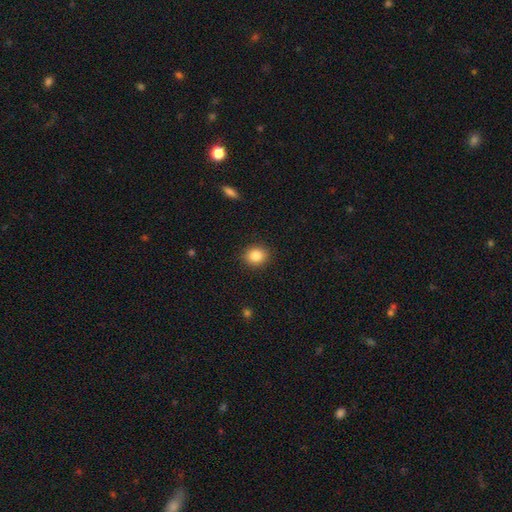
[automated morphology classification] This appears to be a smooth galaxy with no disk features (86%) that is round (70%). Merging: none (89%).